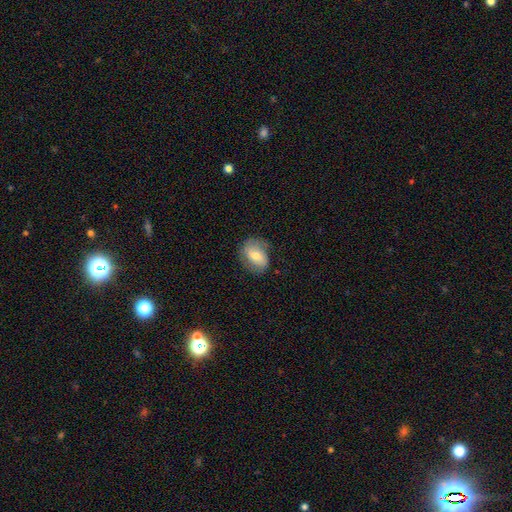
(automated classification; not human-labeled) This appears to be a smooth galaxy with no disk features (59%) that is in between round and cigar-shaped (65%). Merging: none (70%).